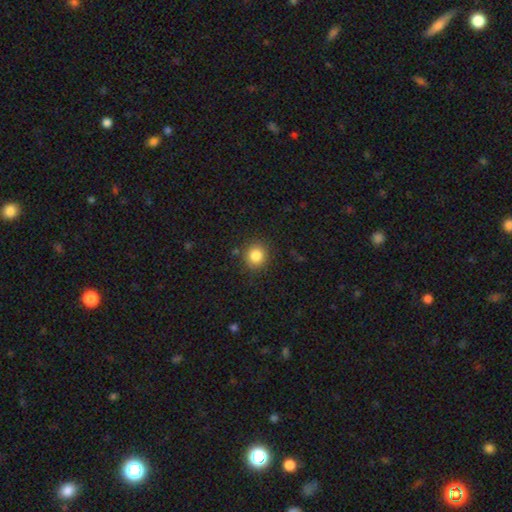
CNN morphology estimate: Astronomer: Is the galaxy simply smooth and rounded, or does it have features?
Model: smooth — 84%.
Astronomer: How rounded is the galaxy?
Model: round — 86%.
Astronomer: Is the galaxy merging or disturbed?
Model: none — 88%.